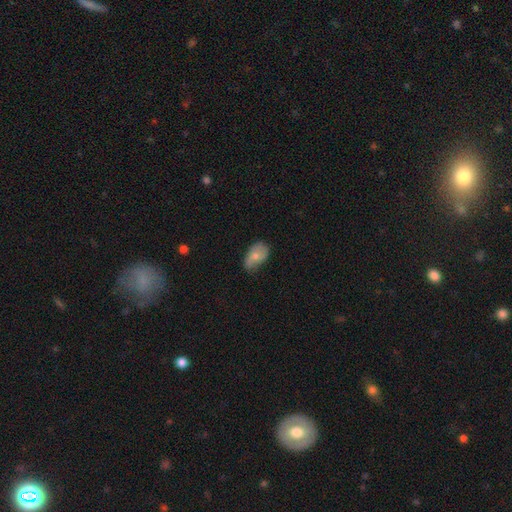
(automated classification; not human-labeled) A smooth galaxy with no disk features (66%) that is in between round and cigar-shaped (88%). Merging: none (48%).